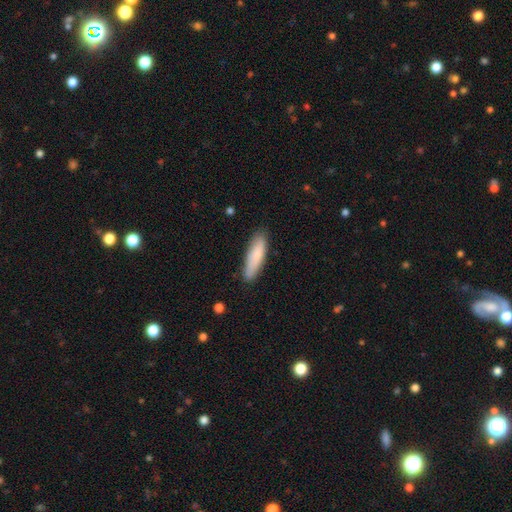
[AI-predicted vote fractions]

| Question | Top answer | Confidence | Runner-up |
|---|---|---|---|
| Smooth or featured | smooth | 83% | featured or disk (11%) |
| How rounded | cigar-shaped | 66% | in between (33%) |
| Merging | none | 85% | minor disturbance (12%) |